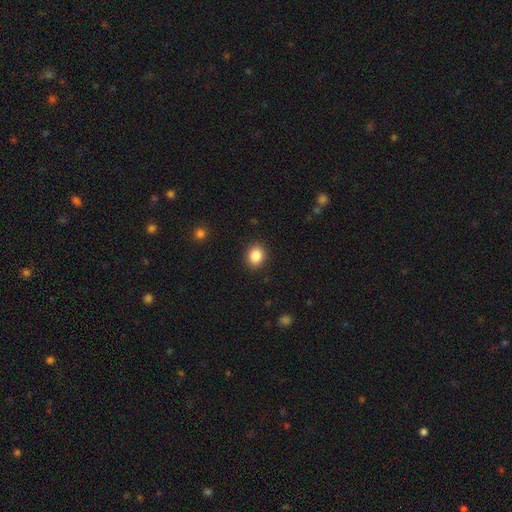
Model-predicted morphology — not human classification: smooth-or-featured: smooth: 86% | star or artifact: 10% | featured or disk: 4%
  how-rounded: round: 63% | in between: 36% | cigar-shaped: 1%
  merging: none: 90% | minor disturbance: 7% | major disturbance: 2% | merger: 1%